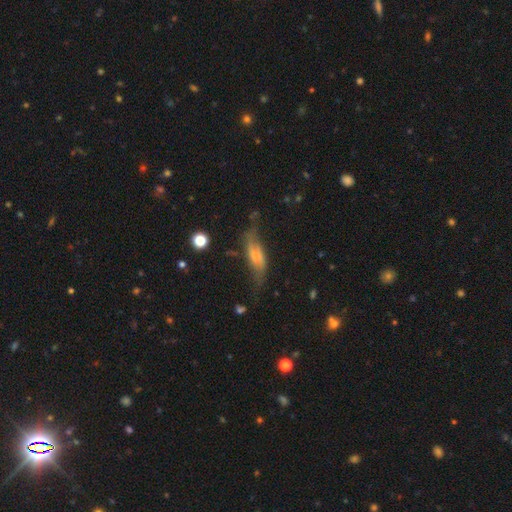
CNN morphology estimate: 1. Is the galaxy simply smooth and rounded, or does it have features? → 54% featured or disk, 38% smooth, 8% star or artifact.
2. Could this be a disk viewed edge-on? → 62% no, 38% yes.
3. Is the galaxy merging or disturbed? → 50% none, 30% minor disturbance, 18% major disturbance, 3% merger.